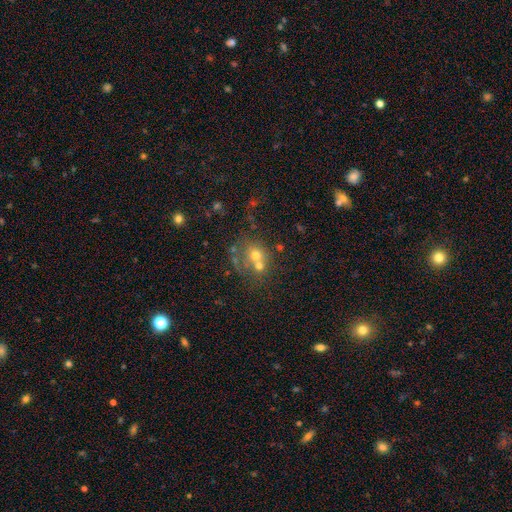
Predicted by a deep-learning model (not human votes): Smooth or featured?
  - smooth: 58% *
  - featured or disk: 24%
  - star or artifact: 18%
How rounded?
  - round: 77% *
  - in between: 22%
  - cigar-shaped: 1%
Merging?
  - merger: 45% *
  - none: 39%
  - minor disturbance: 9%
  - major disturbance: 6%